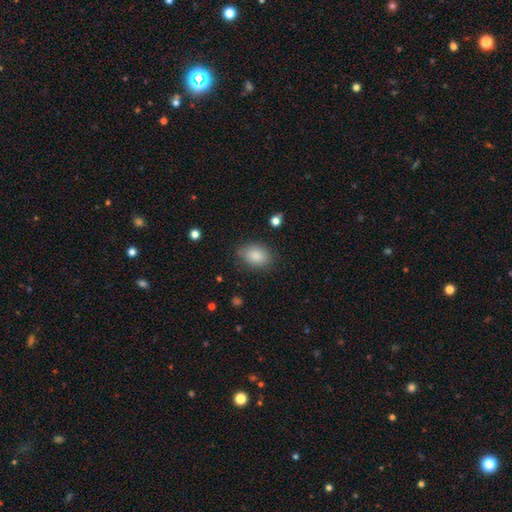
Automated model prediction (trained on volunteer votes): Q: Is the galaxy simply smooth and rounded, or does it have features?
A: smooth — 87%.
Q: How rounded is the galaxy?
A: in between — 80%.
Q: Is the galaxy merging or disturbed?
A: none — 81%.